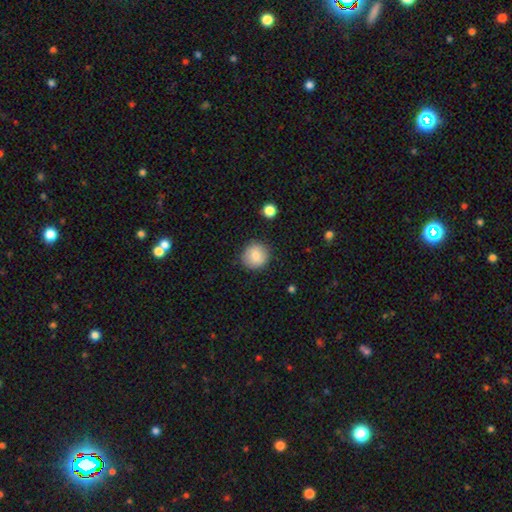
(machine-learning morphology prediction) type=smooth (82%); roundness=round (91%); merging=none (86%).